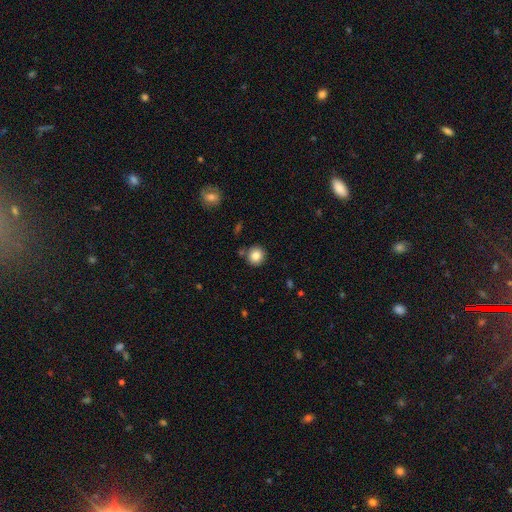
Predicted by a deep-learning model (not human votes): Overall: smooth (85%). How rounded: round (91%). Merging: none (84%).